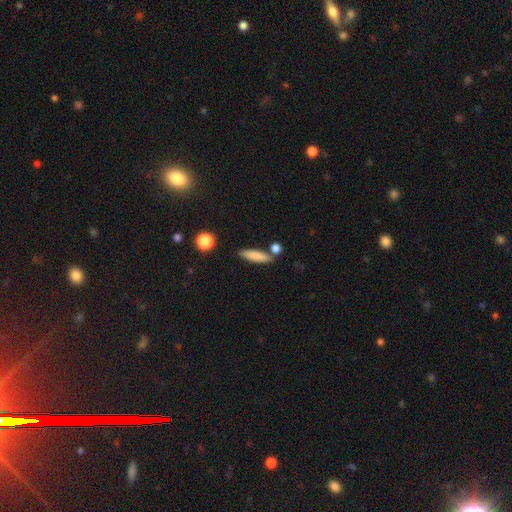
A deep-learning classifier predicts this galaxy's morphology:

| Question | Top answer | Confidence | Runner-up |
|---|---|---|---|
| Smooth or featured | smooth | 81% | featured or disk (12%) |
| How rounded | cigar-shaped | 71% | in between (25%) |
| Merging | none | 77% | minor disturbance (11%) |